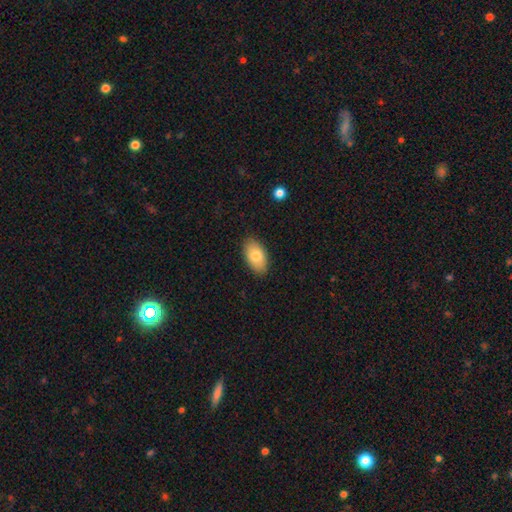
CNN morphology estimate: Smooth or featured? Predicted: smooth (p=0.79). How rounded? Predicted: in between (p=0.94). Merging? Predicted: none (p=0.87).